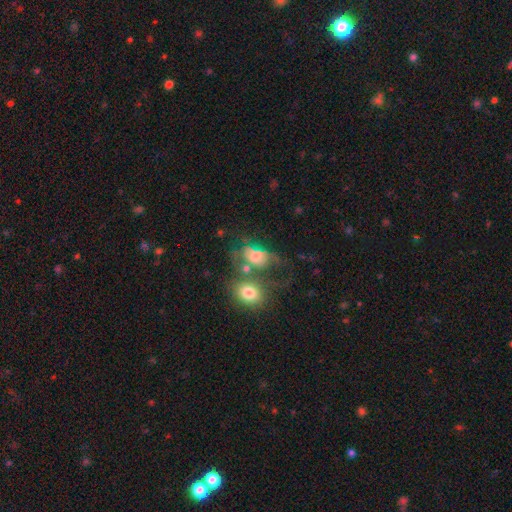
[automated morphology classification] A smooth galaxy with no disk features (53%) that is in between round and cigar-shaped (75%). Merging: merger (35%).